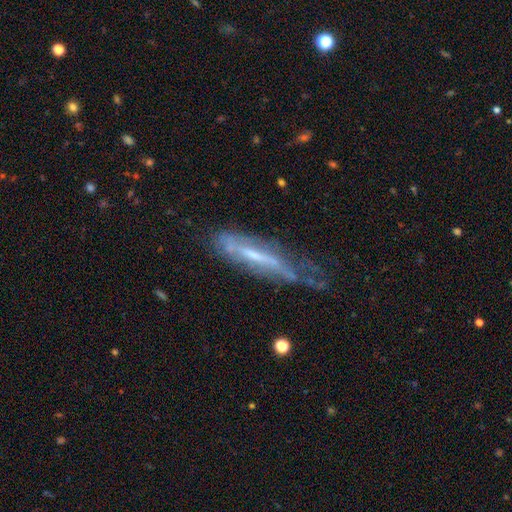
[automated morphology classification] Smooth or featured?
  - featured or disk: 67% *
  - smooth: 25%
  - star or artifact: 8%
Edge-on disk?
  - yes: 54% *
  - no: 46%
Merging?
  - none: 44% *
  - minor disturbance: 31%
  - major disturbance: 21%
  - merger: 4%